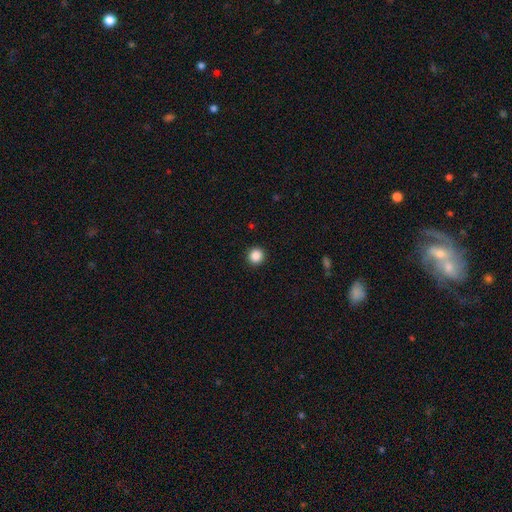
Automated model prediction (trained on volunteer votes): Smooth or featured? smooth (87%)
How rounded? round (94%)
Merging? none (93%)